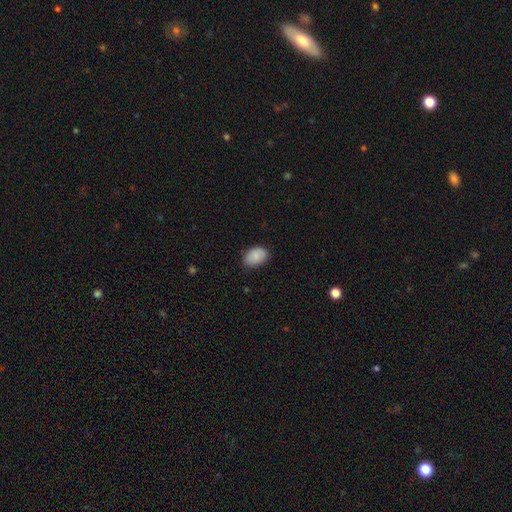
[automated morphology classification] This is clearly a smooth galaxy (86%). How rounded: clearly in between (84%). Merging: clearly none (80%).